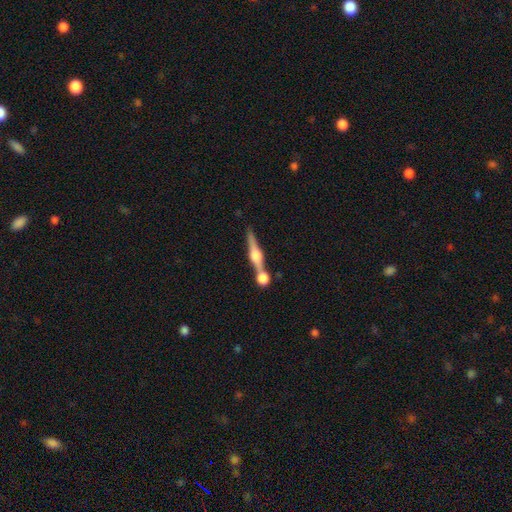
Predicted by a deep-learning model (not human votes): Smooth or featured? featured or disk (74%)
Edge-on disk? yes (96%)
Edge-on bulge? rounded (91%)
Merging? none (56%)